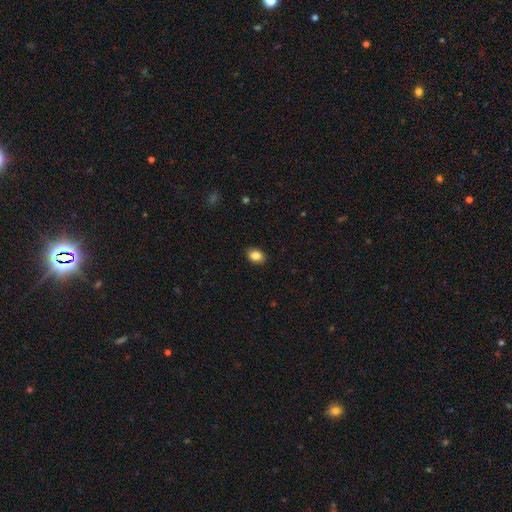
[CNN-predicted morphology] The model was most divided on "how rounded": in between: 70%, round: 29%, cigar-shaped: 1%. More confident: merging — none (90%); smooth or featured — smooth (86%).